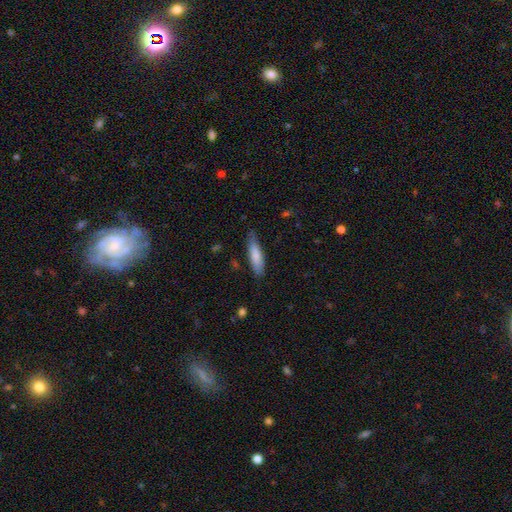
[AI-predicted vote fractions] Overall: smooth (79%). How rounded: cigar-shaped (69%). Merging: none (78%).